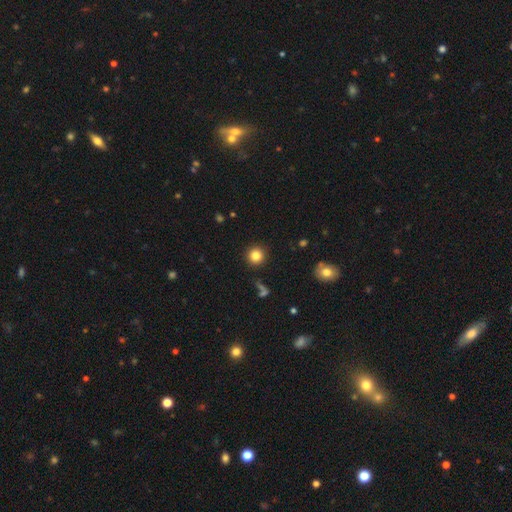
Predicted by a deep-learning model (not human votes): Q: Smooth or featured?
A: smooth (83%); runner-up: star or artifact (12%)
Q: How rounded?
A: round (94%); runner-up: in between (5%)
Q: Merging?
A: none (90%); runner-up: minor disturbance (6%)